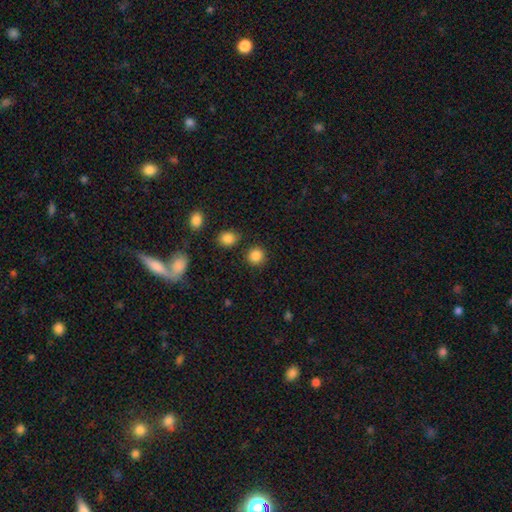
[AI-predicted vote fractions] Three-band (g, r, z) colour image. It shows a smooth galaxy with no disk features (86%) that is round (90%). Merging: none (87%).